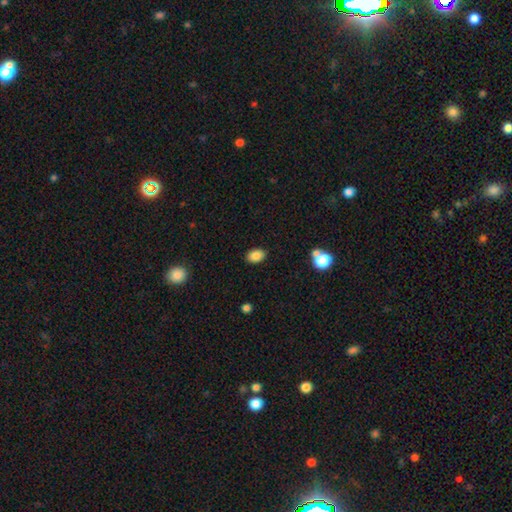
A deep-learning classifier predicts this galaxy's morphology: A smooth galaxy with no disk features (86%) that is in between round and cigar-shaped (81%). Merging: none (87%).